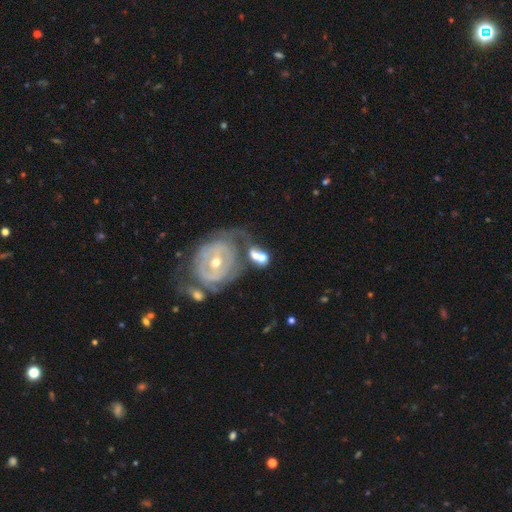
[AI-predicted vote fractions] smooth-or-featured: featured or disk: 50% | smooth: 43% | star or artifact: 7%
  merging: merger: 40% | none: 30% | minor disturbance: 16% | major disturbance: 14%